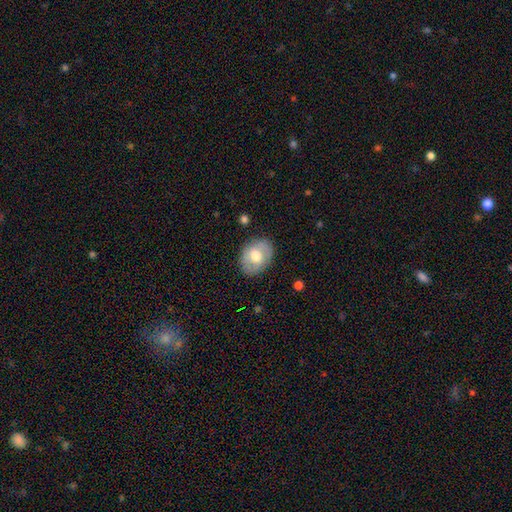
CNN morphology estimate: The model was most divided on "smooth or featured": smooth: 58%, featured or disk: 36%, star or artifact: 6%. More confident: merging — none (82%); how rounded — in between (70%).